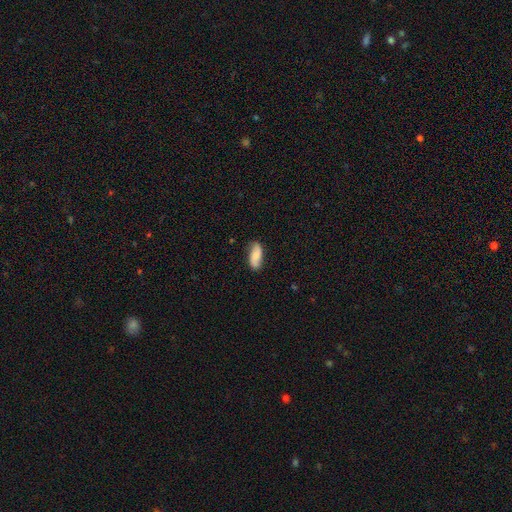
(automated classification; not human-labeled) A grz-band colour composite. It shows a smooth galaxy with no disk features (67%) that is in between round and cigar-shaped (81%). Merging: none (79%).